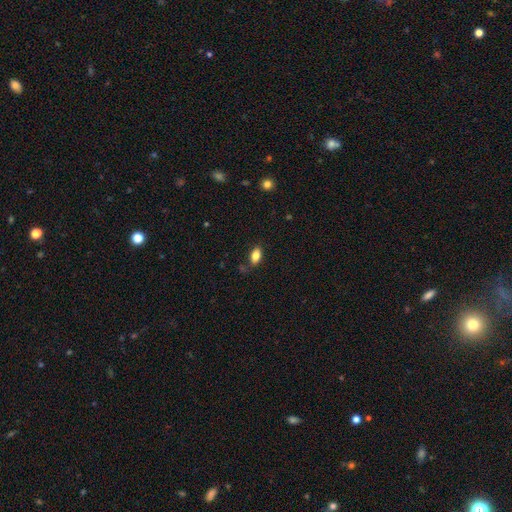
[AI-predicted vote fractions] smooth 82%, featured or disk 10%, star or artifact 9%. Down the decision tree: how rounded — in between (90%); merging — none (79%).